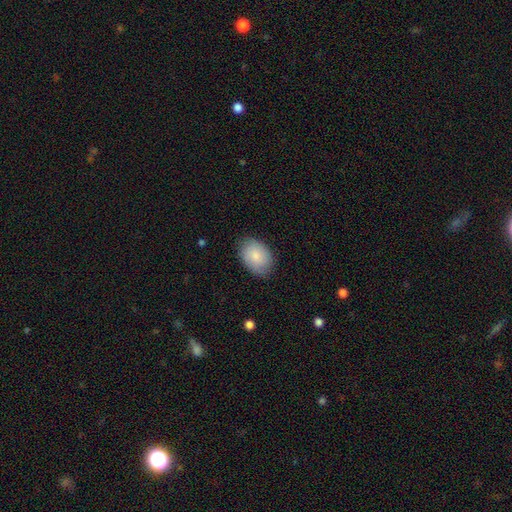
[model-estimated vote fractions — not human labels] This appears to be a smooth galaxy with no disk features (83%) that is in between round and cigar-shaped (79%). Merging: none (83%).